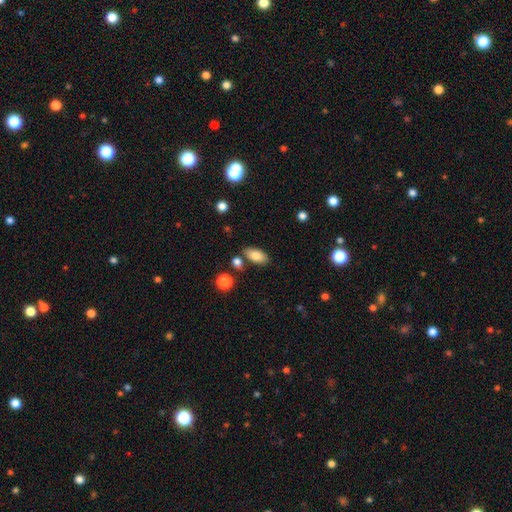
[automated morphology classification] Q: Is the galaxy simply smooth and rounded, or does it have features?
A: smooth — 82%.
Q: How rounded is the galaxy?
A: in between — 91%.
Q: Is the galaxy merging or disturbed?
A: none — 78%.